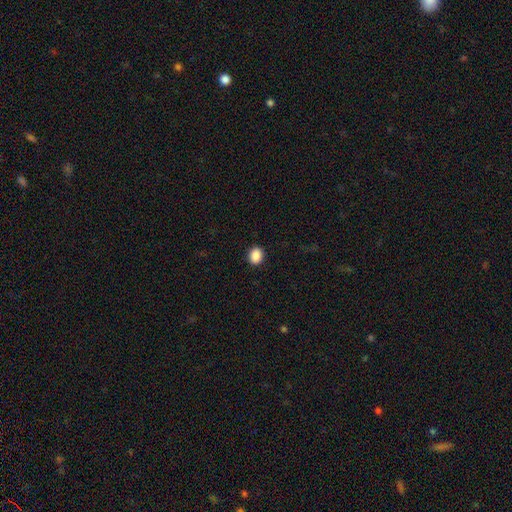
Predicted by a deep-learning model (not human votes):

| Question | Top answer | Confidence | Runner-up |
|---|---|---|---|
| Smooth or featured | smooth | 89% | star or artifact (8%) |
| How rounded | in between | 52% | round (47%) |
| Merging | none | 91% | minor disturbance (6%) |